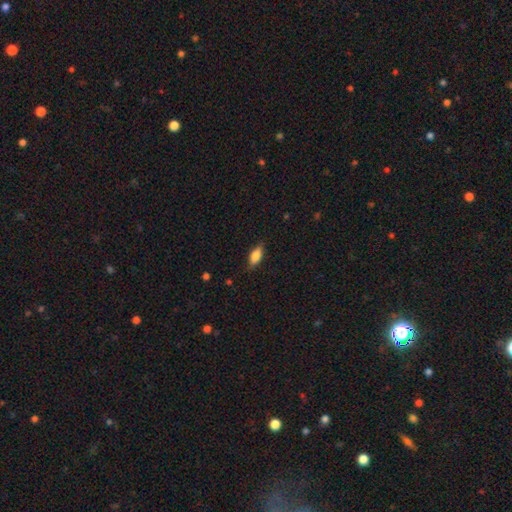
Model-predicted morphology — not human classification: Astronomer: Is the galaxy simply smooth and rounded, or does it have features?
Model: smooth — 77%.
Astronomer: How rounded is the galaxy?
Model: in between — 80%.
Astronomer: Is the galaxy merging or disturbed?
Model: none — 81%.